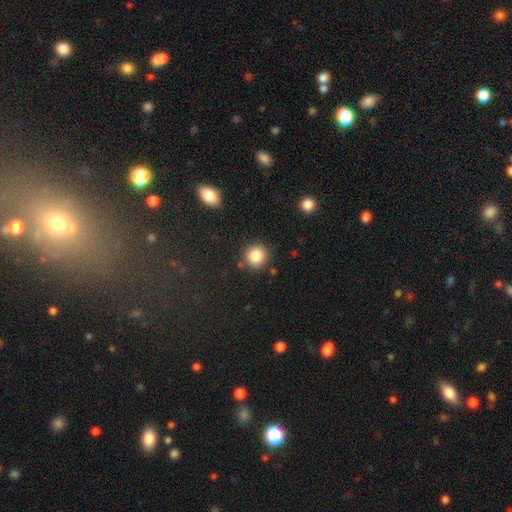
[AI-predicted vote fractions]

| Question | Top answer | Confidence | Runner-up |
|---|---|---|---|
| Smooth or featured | smooth | 85% | star or artifact (10%) |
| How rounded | round | 91% | in between (8%) |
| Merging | none | 85% | minor disturbance (9%) |